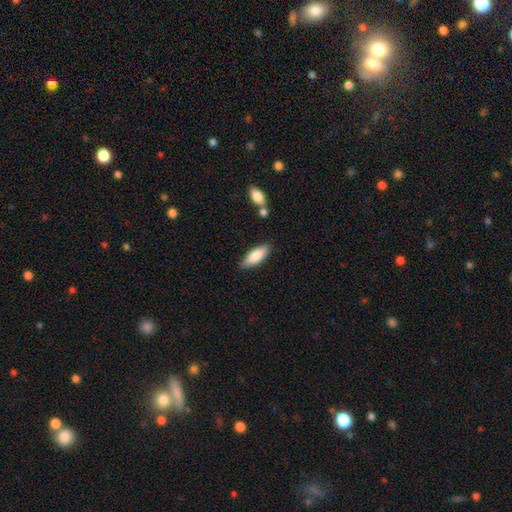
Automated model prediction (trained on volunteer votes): smooth_or_featured: smooth (p=0.81) [alt: featured or disk p=0.13]
how_rounded: in between (p=0.69) [alt: cigar-shaped p=0.30]
merging: none (p=0.82) [alt: minor disturbance p=0.12]